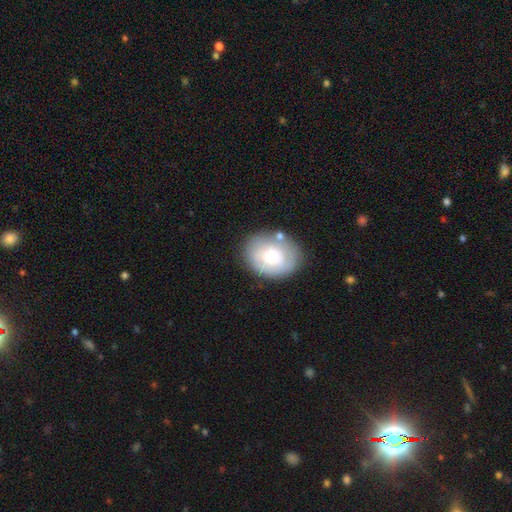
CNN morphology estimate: The model was most divided on "smooth or featured": smooth: 57%, featured or disk: 35%, star or artifact: 8%. More confident: merging — none (71%); how rounded — in between (62%).